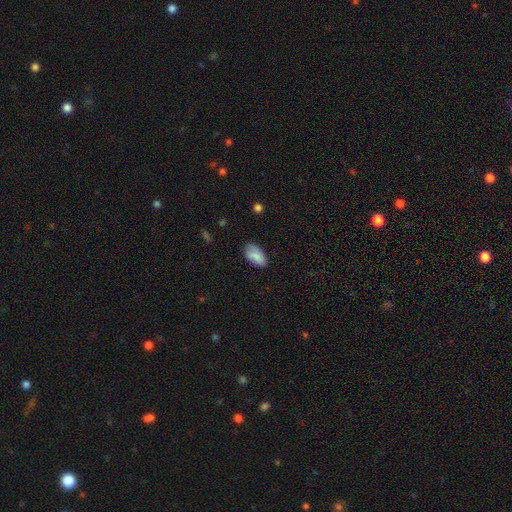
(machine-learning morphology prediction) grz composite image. It shows a smooth galaxy with no disk features (81%) that is in between round and cigar-shaped (94%). Merging: none (71%).